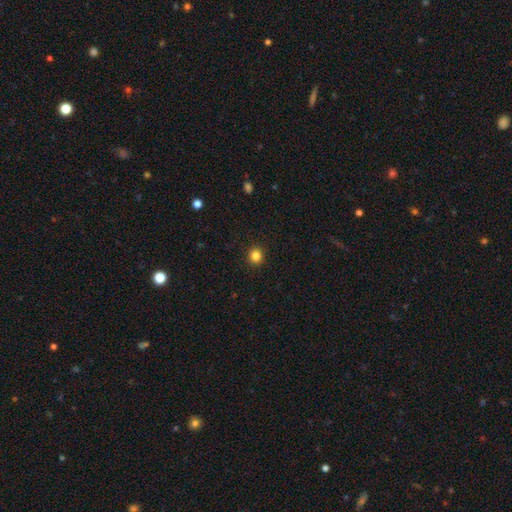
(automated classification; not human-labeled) A smooth galaxy with no disk features (84%) that is round (92%).

Vote fractions:
- Smooth or featured? smooth: 84% / star or artifact: 12% / featured or disk: 4%
- How rounded? round: 92% / in between: 8% / cigar-shaped: 1%
- Merging? none: 93% / minor disturbance: 5% / major disturbance: 2% / merger: 1%